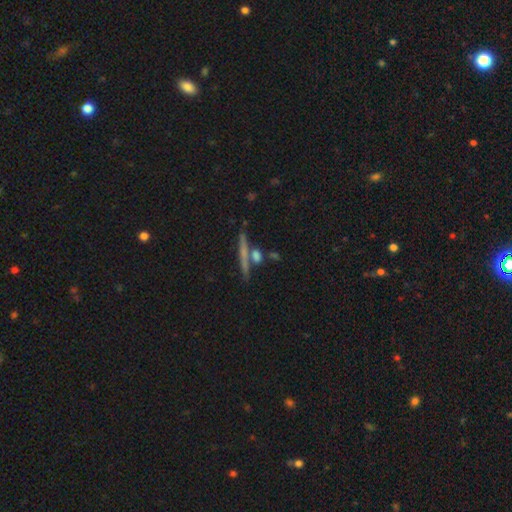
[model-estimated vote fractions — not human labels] This is likely a smooth galaxy (62%). How rounded: likely cigar-shaped (61%). Merging: likely none (61%).